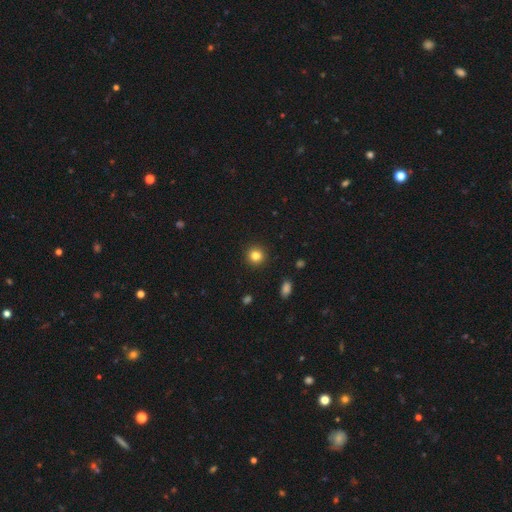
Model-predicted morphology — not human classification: This is clearly a smooth galaxy (83%). How rounded: clearly round (93%). Merging: clearly none (92%).